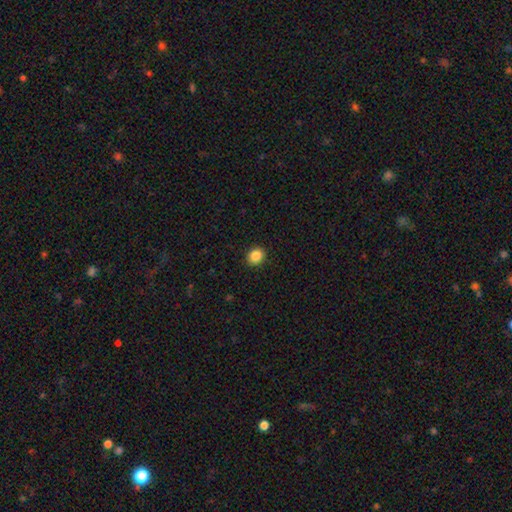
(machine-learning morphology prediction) Overall: smooth (86%). How rounded: round (77%). Merging: none (91%).